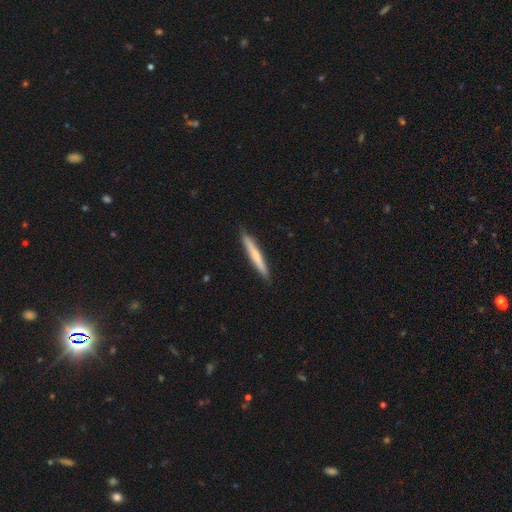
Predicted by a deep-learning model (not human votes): Smooth or featured? smooth (60%)
How rounded? cigar-shaped (96%)
Merging? none (90%)